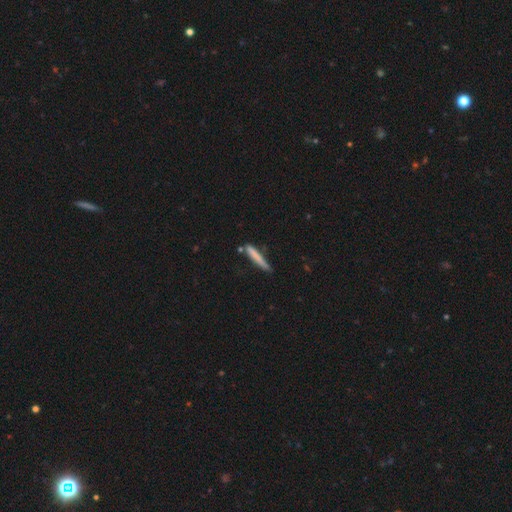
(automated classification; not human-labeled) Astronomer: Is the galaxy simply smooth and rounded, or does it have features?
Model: smooth — 74%.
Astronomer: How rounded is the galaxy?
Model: cigar-shaped — 95%.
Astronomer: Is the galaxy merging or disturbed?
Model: none — 70%.